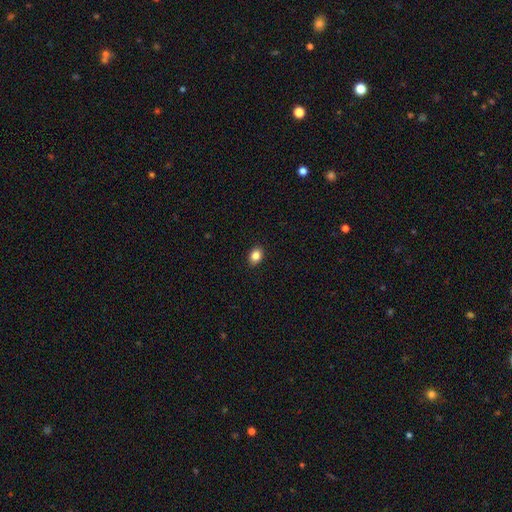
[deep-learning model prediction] A smooth galaxy with no disk features (85%) that is in between round and cigar-shaped (66%). Merging: none (90%).